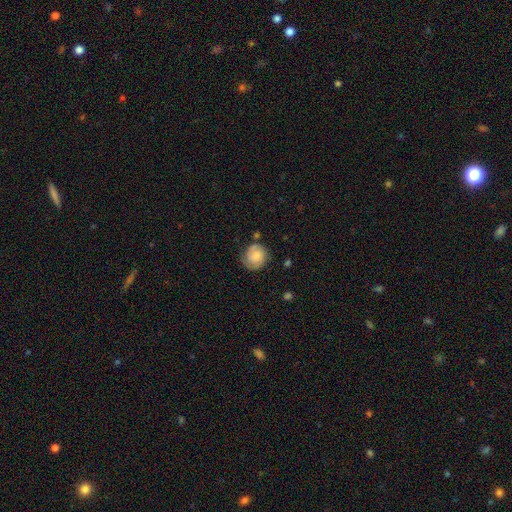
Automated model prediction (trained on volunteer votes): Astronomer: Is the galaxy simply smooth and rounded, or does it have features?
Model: smooth — 64%.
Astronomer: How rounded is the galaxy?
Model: round — 83%.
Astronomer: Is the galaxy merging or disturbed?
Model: none — 69%.